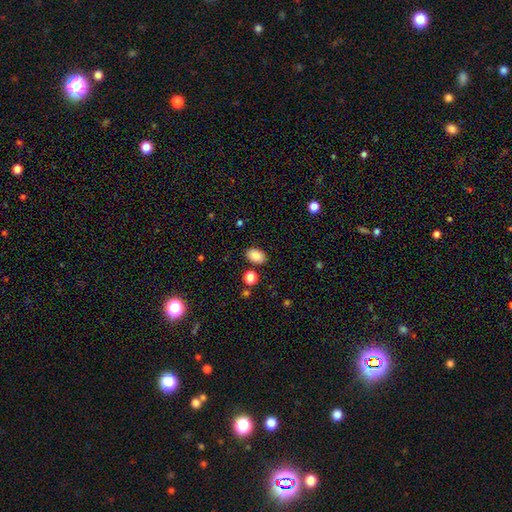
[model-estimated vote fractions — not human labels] Morphology: type=smooth (87%); roundness=in between (89%); merging=none (85%).